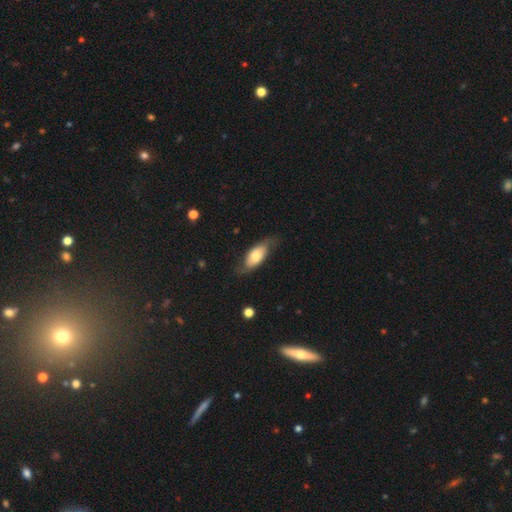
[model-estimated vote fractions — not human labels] A smooth galaxy with no disk features (55%) that is in between round and cigar-shaped (84%). Merging: none (66%).